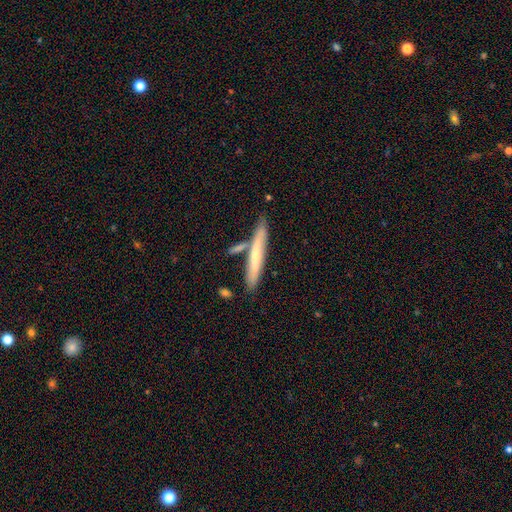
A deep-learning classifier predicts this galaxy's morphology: Overall: smooth (49%; featured or disk 45%). Merging: none (71%).